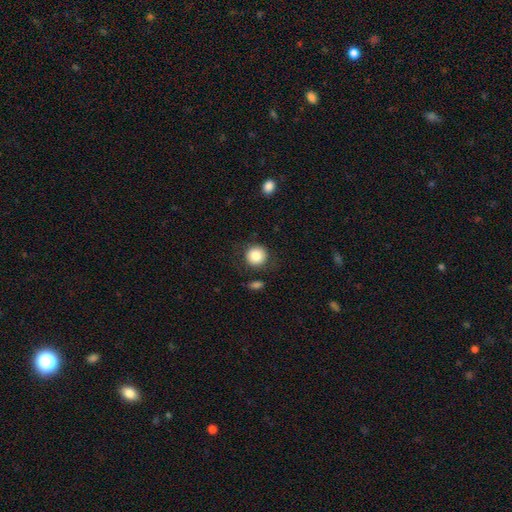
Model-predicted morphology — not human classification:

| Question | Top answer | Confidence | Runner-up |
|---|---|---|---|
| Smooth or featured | smooth | 84% | star or artifact (9%) |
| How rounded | round | 92% | in between (7%) |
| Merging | none | 81% | minor disturbance (11%) |